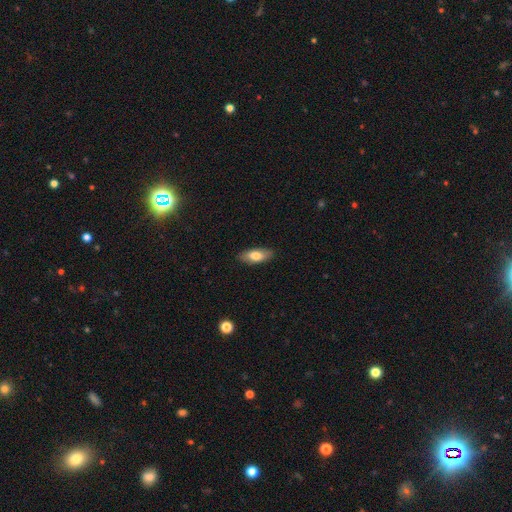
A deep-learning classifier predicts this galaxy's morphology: Smooth or featured? Predicted: smooth (p=0.76). How rounded? Predicted: in between (p=0.81). Merging? Predicted: none (p=0.86).